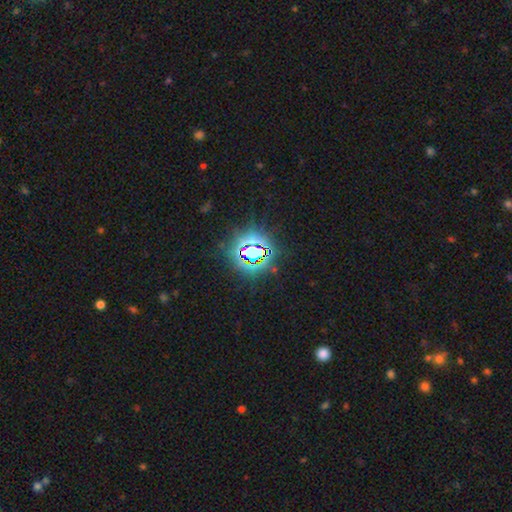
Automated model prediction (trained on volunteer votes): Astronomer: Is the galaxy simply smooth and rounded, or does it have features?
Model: star or artifact — 77%.